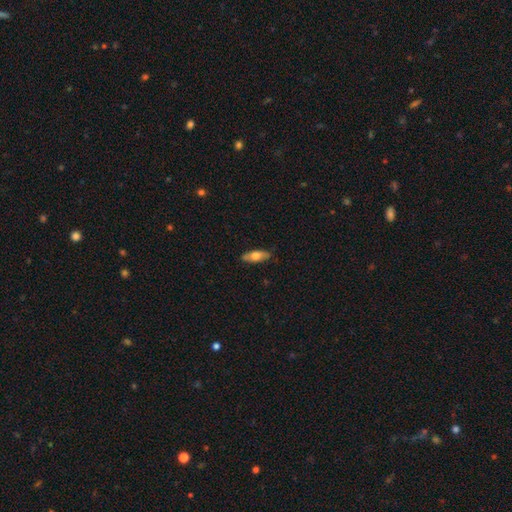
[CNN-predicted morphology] smooth-or-featured: smooth: 63% | featured or disk: 31% | star or artifact: 6%
  how-rounded: in between: 66% | cigar-shaped: 31% | round: 3%
  merging: none: 85% | minor disturbance: 12% | major disturbance: 2% | merger: 1%